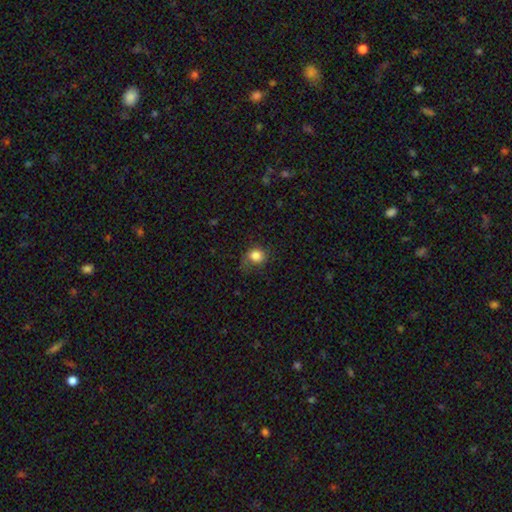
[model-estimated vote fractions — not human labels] Q: Smooth or featured?
A: smooth (82%); runner-up: star or artifact (10%)
Q: How rounded?
A: round (72%); runner-up: in between (27%)
Q: Merging?
A: none (55%); runner-up: minor disturbance (28%)